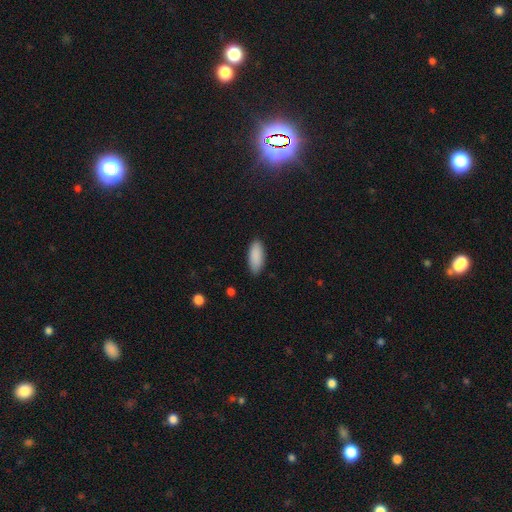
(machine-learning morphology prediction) Smooth or featured? smooth (90%)
How rounded? in between (80%)
Merging? none (87%)